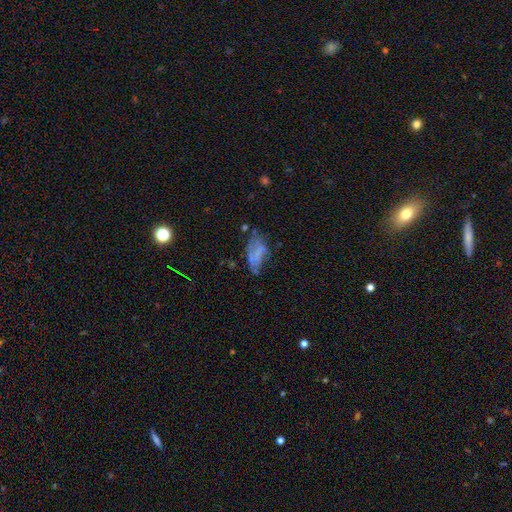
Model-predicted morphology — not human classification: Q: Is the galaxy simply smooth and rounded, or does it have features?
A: smooth — 43%.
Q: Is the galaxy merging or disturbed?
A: none — 34%.